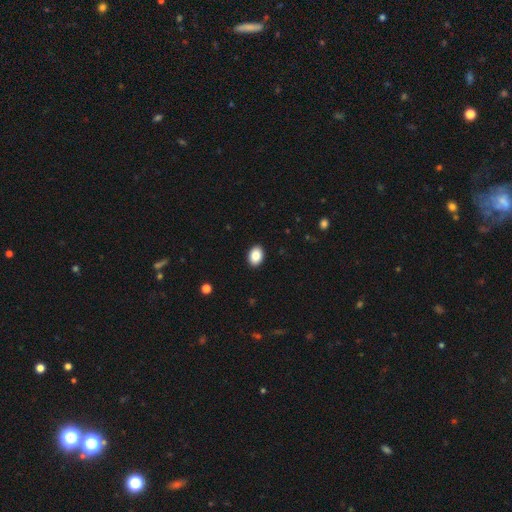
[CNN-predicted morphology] Smooth or featured?
  - smooth: 88% *
  - star or artifact: 8%
  - featured or disk: 5%
How rounded?
  - in between: 80% *
  - round: 19%
  - cigar-shaped: 1%
Merging?
  - none: 91% *
  - minor disturbance: 6%
  - major disturbance: 2%
  - merger: 1%